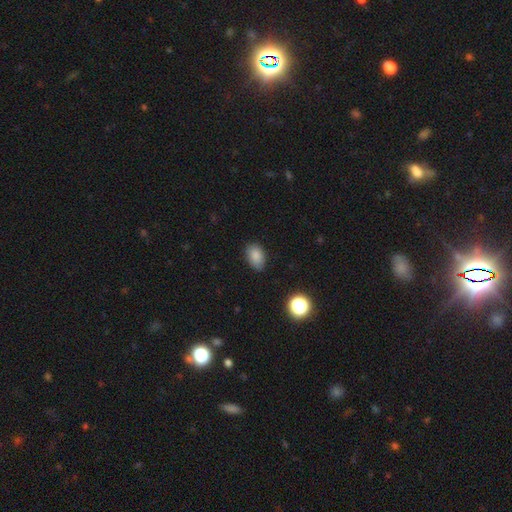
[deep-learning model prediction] This is clearly a smooth galaxy (84%). How rounded: clearly in between (86%). Merging: likely none (75%).